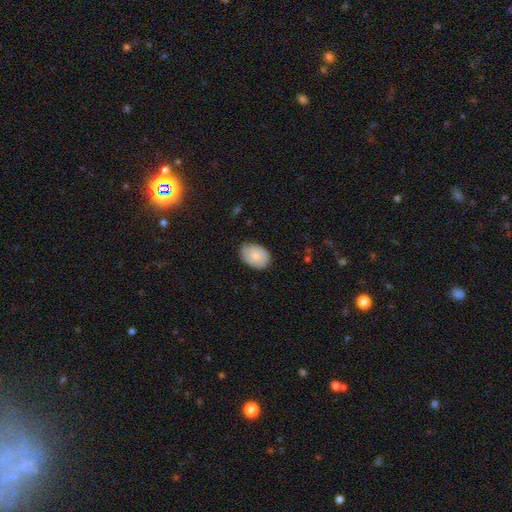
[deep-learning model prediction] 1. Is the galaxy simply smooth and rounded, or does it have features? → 56% smooth, 37% featured or disk, 7% star or artifact.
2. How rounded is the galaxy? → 75% in between, 24% round, 1% cigar-shaped.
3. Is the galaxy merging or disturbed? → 71% none, 24% minor disturbance, 5% major disturbance, 1% merger.